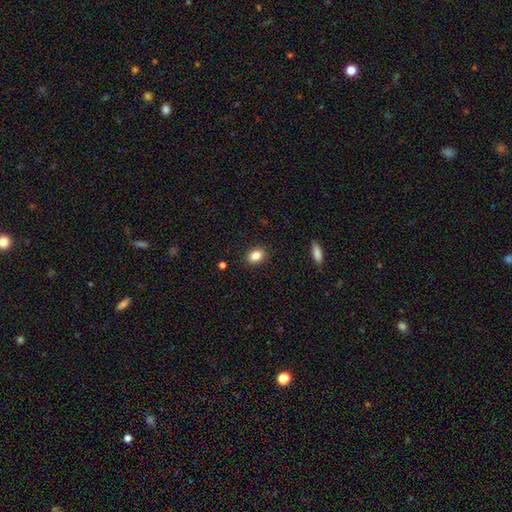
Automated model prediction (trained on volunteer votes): Q: Smooth or featured?
A: smooth (85%); runner-up: star or artifact (9%)
Q: How rounded?
A: in between (75%); runner-up: round (23%)
Q: Merging?
A: none (88%); runner-up: minor disturbance (8%)